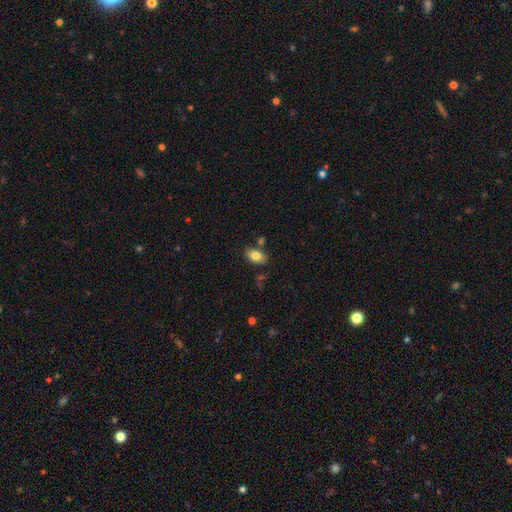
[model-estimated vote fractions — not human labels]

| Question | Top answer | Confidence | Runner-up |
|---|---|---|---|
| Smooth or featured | smooth | 81% | featured or disk (10%) |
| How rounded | in between | 88% | round (10%) |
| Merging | none | 76% | minor disturbance (13%) |